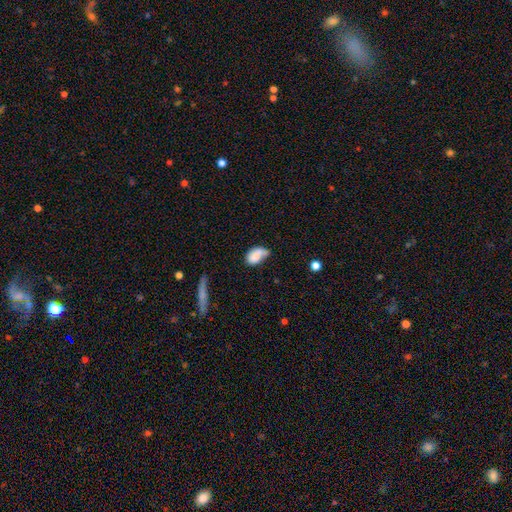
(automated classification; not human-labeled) This is likely a smooth galaxy (76%). How rounded: clearly in between (87%). Merging: marginally none (36%).